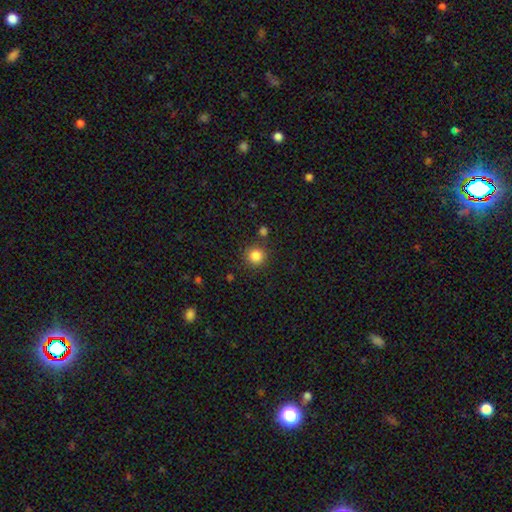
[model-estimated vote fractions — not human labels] The model was most divided on "smooth or featured": smooth: 84%, star or artifact: 11%, featured or disk: 4%. More confident: how rounded — round (93%); merging — none (86%).